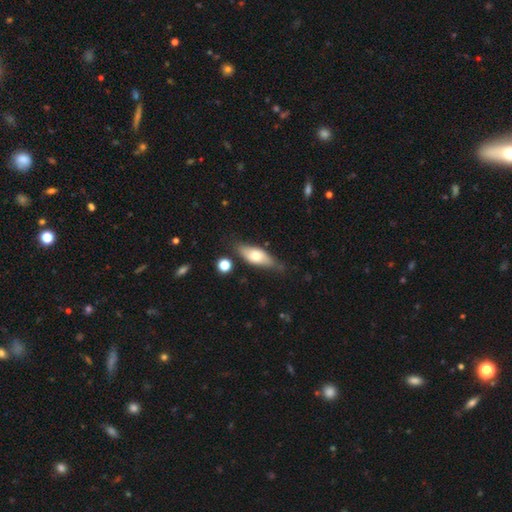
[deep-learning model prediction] Morphology: type=smooth (61%); roundness=in between (74%); merging=none (71%).